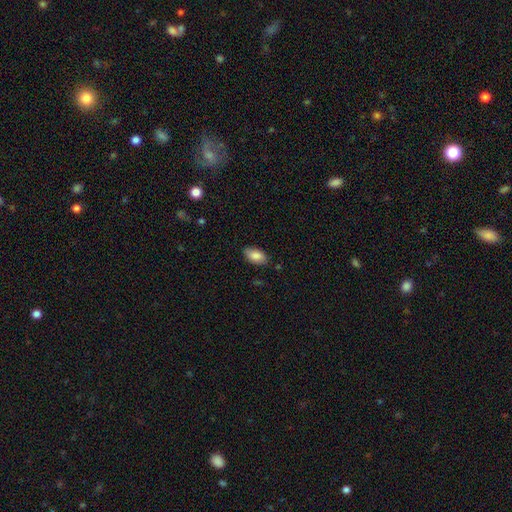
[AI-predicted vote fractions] A smooth galaxy with no disk features (85%) that is in between round and cigar-shaped (94%).

Vote fractions:
- Smooth or featured? smooth: 85% / featured or disk: 8% / star or artifact: 7%
- How rounded? in between: 94% / round: 4% / cigar-shaped: 3%
- Merging? none: 82% / minor disturbance: 14% / major disturbance: 3% / merger: 1%